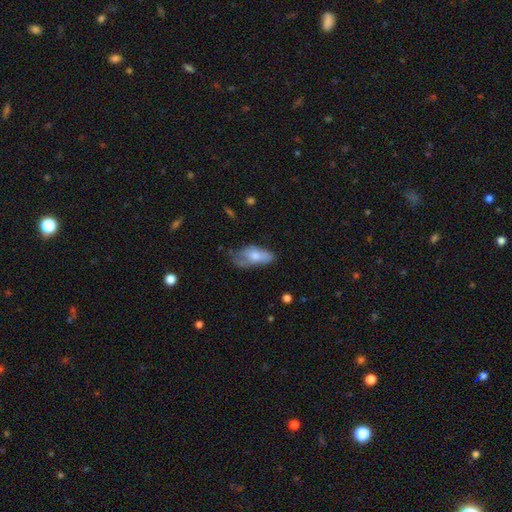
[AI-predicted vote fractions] Smooth or featured? smooth (65%)
How rounded? in between (87%)
Merging? minor disturbance (36%)